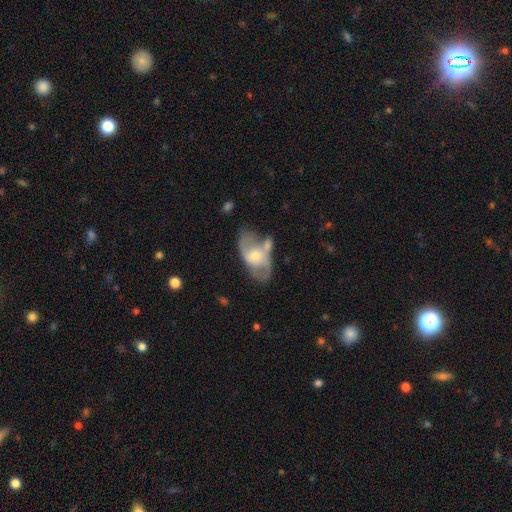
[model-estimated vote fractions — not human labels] A featured or disk galaxy (69%) with no bar (60%), spiral arms (75%) and a moderate central bulge (51%). Merging: none (46%).